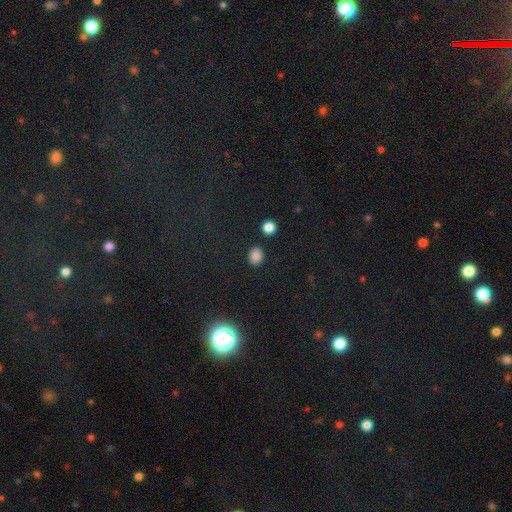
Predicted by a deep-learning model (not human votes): Q: Smooth or featured?
A: smooth (84%); runner-up: star or artifact (12%)
Q: How rounded?
A: round (51%); runner-up: in between (48%)
Q: Merging?
A: none (86%); runner-up: minor disturbance (9%)